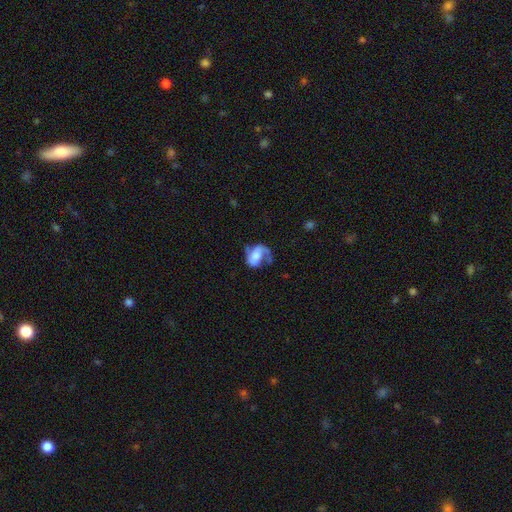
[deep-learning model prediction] Overall: featured or disk (64%; smooth 28%). Edge-on disk: no (97%). Bar: no (46%; weak 33%). Spiral arms: yes (83%). Spiral arm count: 2 (62%; 1 29%). Spiral winding: loose (41%, tied with medium). Bulge size: moderate (37%; small 24%). Merging: none (38%; major disturbance 33%).